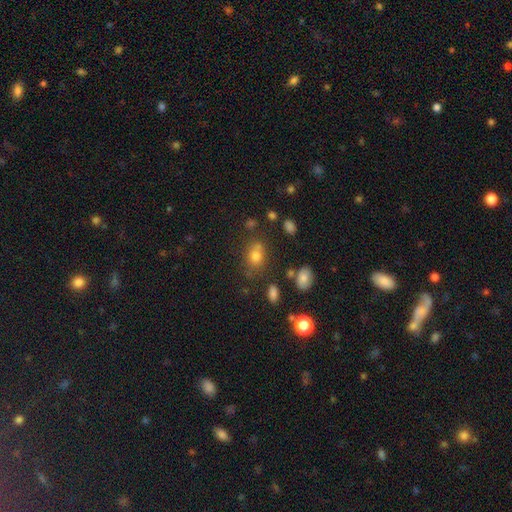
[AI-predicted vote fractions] A smooth galaxy with no disk features (74%) that is in between round and cigar-shaped (57%).

Vote fractions:
- Smooth or featured? smooth: 74% / star or artifact: 16% / featured or disk: 10%
- How rounded? in between: 57% / round: 41% / cigar-shaped: 2%
- Merging? none: 63% / minor disturbance: 17% / merger: 14% / major disturbance: 6%